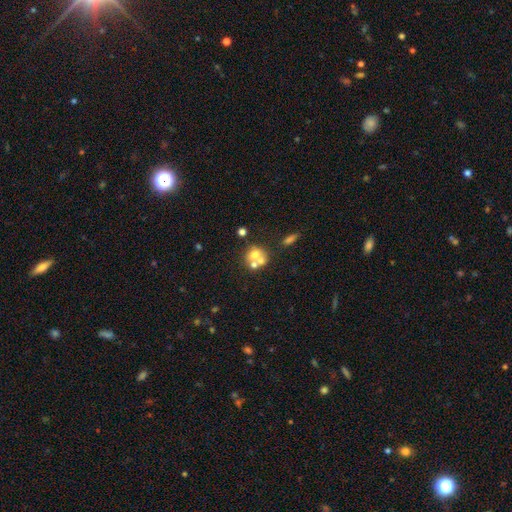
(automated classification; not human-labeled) This appears to be a smooth galaxy with no disk features (55%) that is round (77%). Merging: merger (51%).